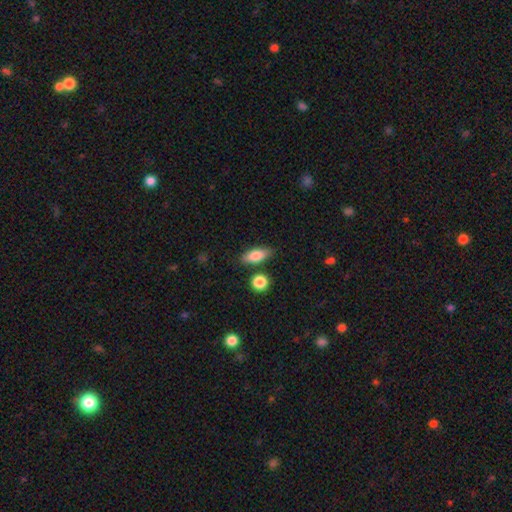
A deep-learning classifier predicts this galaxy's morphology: smooth_or_featured: smooth (p=0.78) [alt: featured or disk p=0.15]
how_rounded: in between (p=0.72) [alt: cigar-shaped p=0.22]
merging: none (p=0.79) [alt: minor disturbance p=0.12]